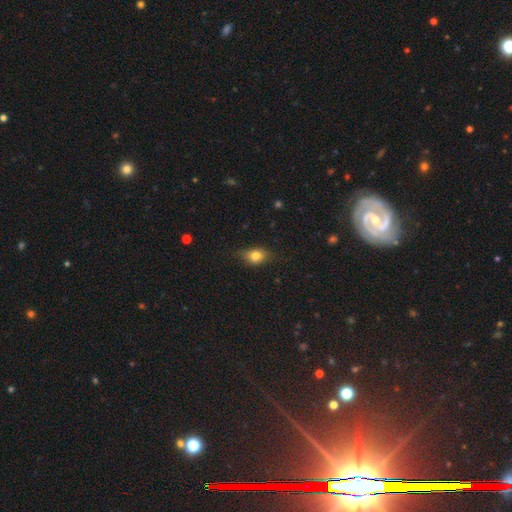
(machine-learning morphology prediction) smooth 77%, featured or disk 13%, star or artifact 10%. Down the decision tree: how rounded — in between (64%); merging — none (73%).